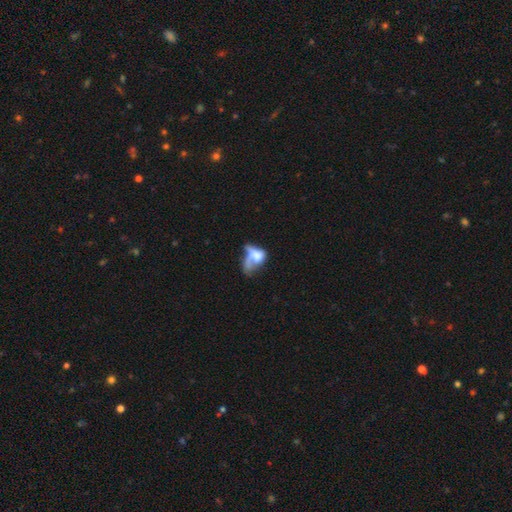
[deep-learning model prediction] Smooth or featured: smooth — 51% (featured or disk — 38%)
How rounded: in between — 75% (round — 20%)
Merging: major disturbance — 37% (merger — 34%)